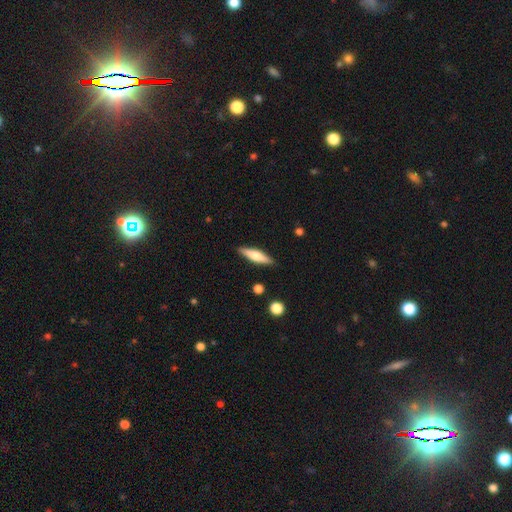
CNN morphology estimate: This is possibly a smooth galaxy (51%). How rounded: likely cigar-shaped (69%). Merging: clearly none (89%).